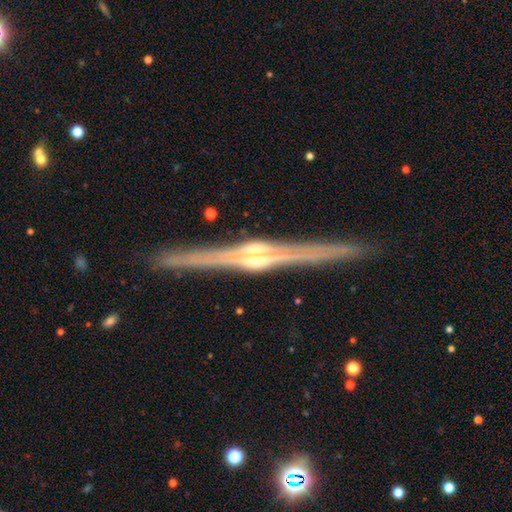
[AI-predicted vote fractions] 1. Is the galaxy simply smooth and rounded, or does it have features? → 89% featured or disk, 5% smooth, 5% star or artifact.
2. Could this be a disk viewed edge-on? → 98% yes, 2% no.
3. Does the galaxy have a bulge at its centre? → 81% rounded, 14% boxy, 5% none.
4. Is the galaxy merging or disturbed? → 90% none, 7% minor disturbance, 1% major disturbance, 1% merger.